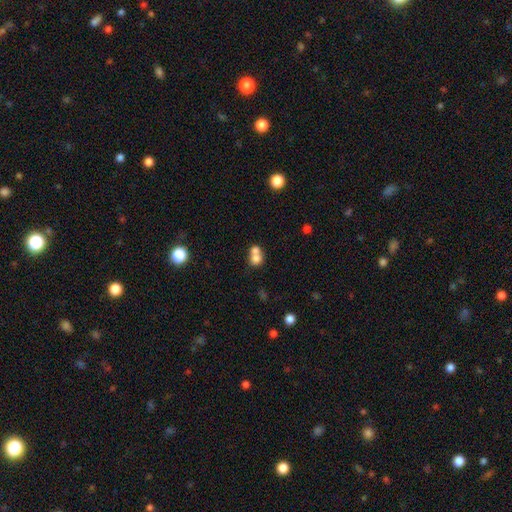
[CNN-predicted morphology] Q: Smooth or featured?
A: smooth (73%); runner-up: featured or disk (16%)
Q: How rounded?
A: round (70%); runner-up: in between (29%)
Q: Merging?
A: merger (65%); runner-up: none (27%)